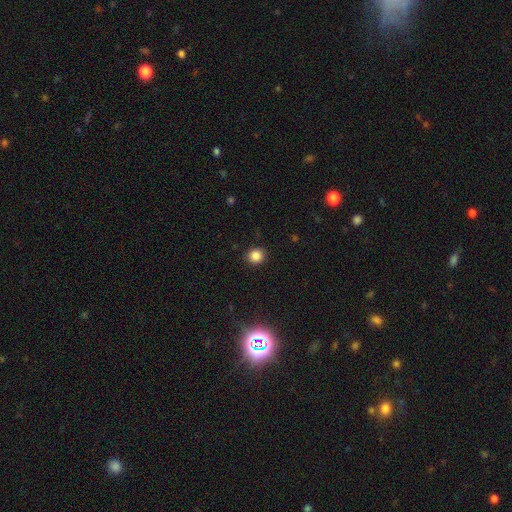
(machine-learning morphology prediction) smooth_or_featured: smooth (p=0.84) [alt: star or artifact p=0.12]
how_rounded: round (p=0.90) [alt: in between p=0.09]
merging: none (p=0.91) [alt: minor disturbance p=0.06]